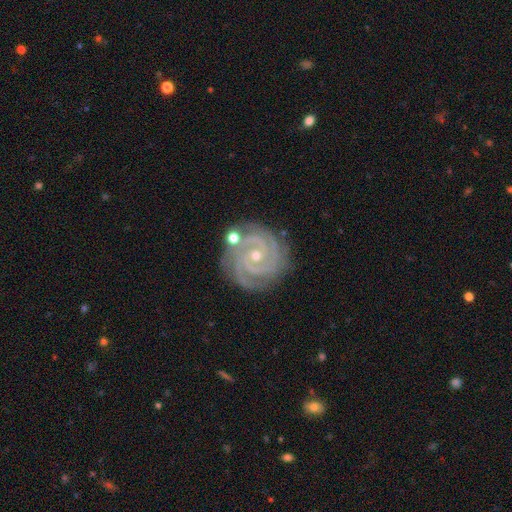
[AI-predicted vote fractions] Smooth or featured? Predicted: featured or disk (p=0.92). Edge-on disk? Predicted: no (p=0.98). Bar? Predicted: no (p=0.63). Spiral arms? Predicted: yes (p=0.99). Spiral winding? Predicted: tight (p=0.81). Spiral arm count? Predicted: 3 (p=0.45). Bulge size? Predicted: small (p=0.63). Merging? Predicted: none (p=0.79).